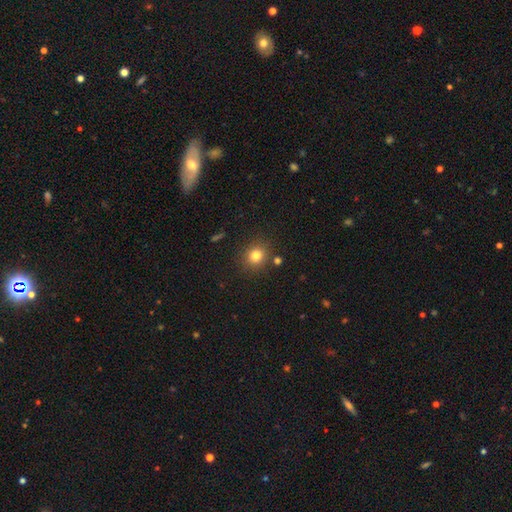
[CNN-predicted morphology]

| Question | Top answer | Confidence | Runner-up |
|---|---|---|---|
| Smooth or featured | smooth | 80% | star or artifact (13%) |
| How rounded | round | 84% | in between (15%) |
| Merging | none | 84% | minor disturbance (8%) |